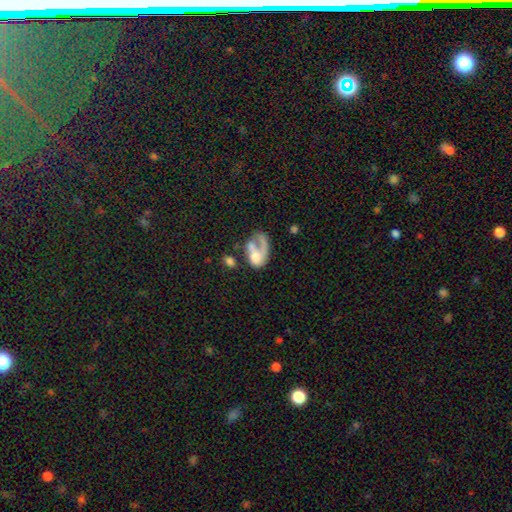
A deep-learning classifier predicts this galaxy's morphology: A featured or disk galaxy (47%). Merging: major disturbance (38%).